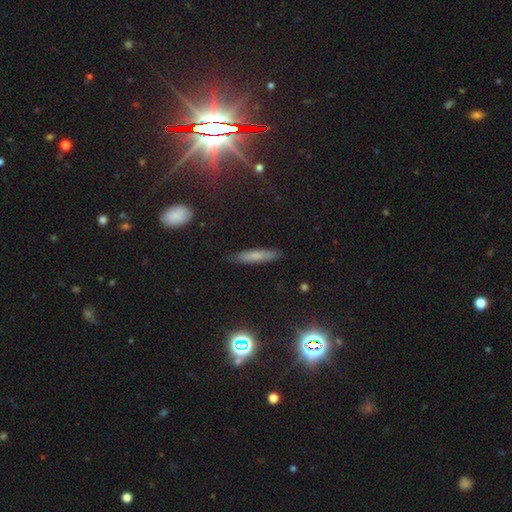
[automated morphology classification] The model was most divided on "smooth or featured": smooth: 64%, featured or disk: 24%, star or artifact: 13%. More confident: how rounded — cigar-shaped (85%); merging — none (85%).